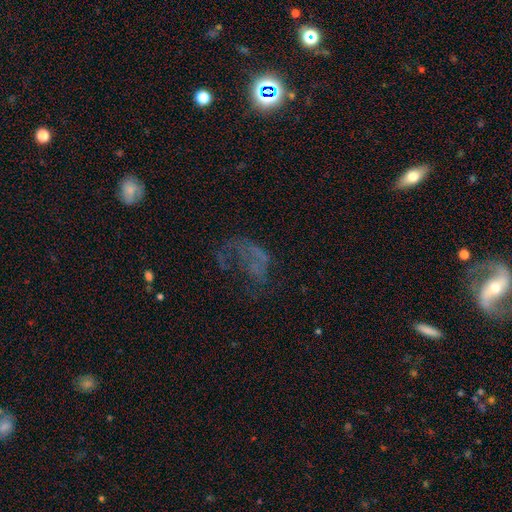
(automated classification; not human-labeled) Q: Smooth or featured?
A: featured or disk (44%); runner-up: star or artifact (28%)
Q: Merging?
A: major disturbance (46%); runner-up: none (33%)